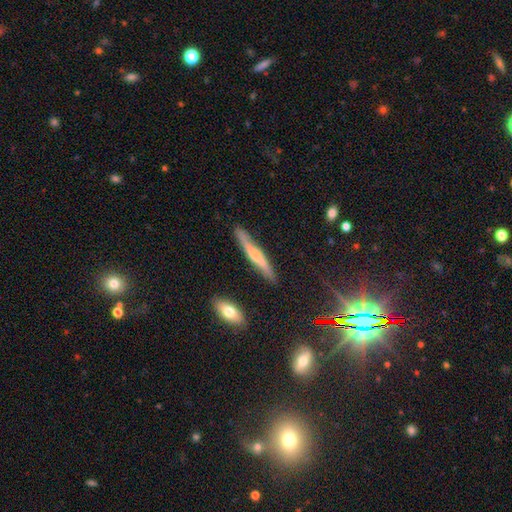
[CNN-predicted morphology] This is possibly a featured or disk galaxy (47%). Merging: clearly none (80%).